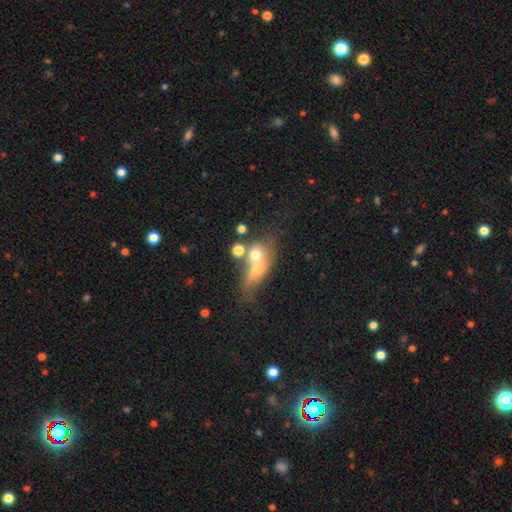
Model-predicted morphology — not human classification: Smooth or featured?
  - smooth: 57% *
  - featured or disk: 31%
  - star or artifact: 12%
How rounded?
  - in between: 51% *
  - round: 38%
  - cigar-shaped: 11%
Merging?
  - merger: 62% *
  - none: 20%
  - major disturbance: 9%
  - minor disturbance: 8%